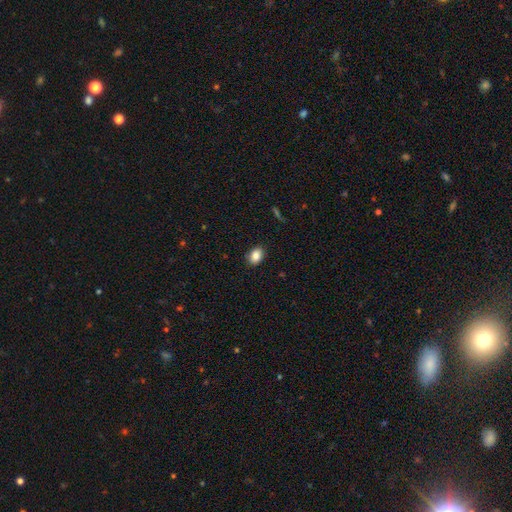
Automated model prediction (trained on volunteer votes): Morphology: type=smooth (86%); roundness=in between (77%); merging=none (88%).